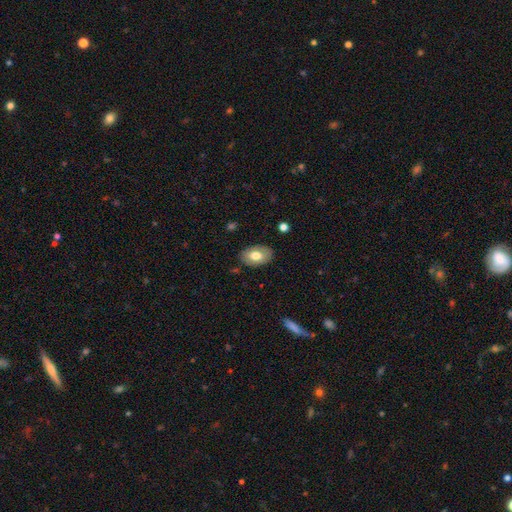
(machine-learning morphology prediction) A smooth galaxy with no disk features (70%) that is in between round and cigar-shaped (90%).

Vote fractions:
- Smooth or featured? smooth: 70% / featured or disk: 23% / star or artifact: 6%
- How rounded? in between: 90% / round: 9% / cigar-shaped: 1%
- Merging? none: 83% / minor disturbance: 13% / major disturbance: 3% / merger: 1%